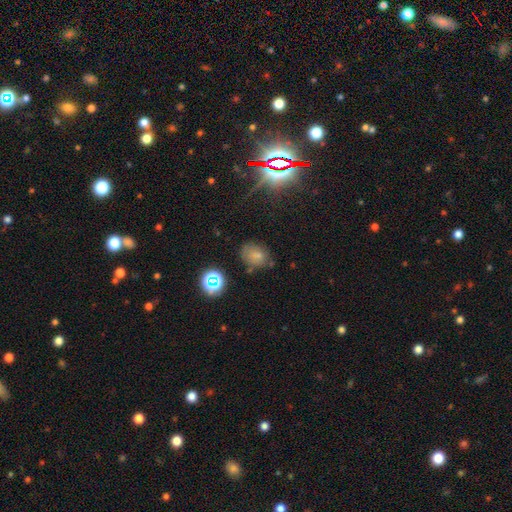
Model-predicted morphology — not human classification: smooth_or_featured: smooth (p=0.68) [alt: star or artifact p=0.21]
how_rounded: in between (p=0.61) [alt: round p=0.37]
merging: none (p=0.67) [alt: minor disturbance p=0.20]